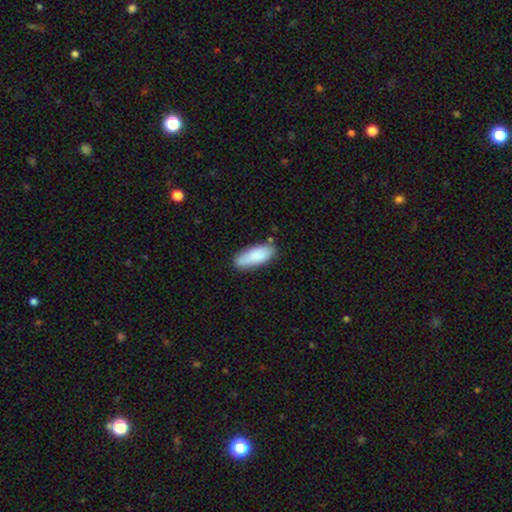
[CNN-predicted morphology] smooth-or-featured: smooth: 85% | featured or disk: 10% | star or artifact: 6%
  how-rounded: in between: 71% | cigar-shaped: 28% | round: 2%
  merging: none: 74% | minor disturbance: 18% | merger: 4% | major disturbance: 3%